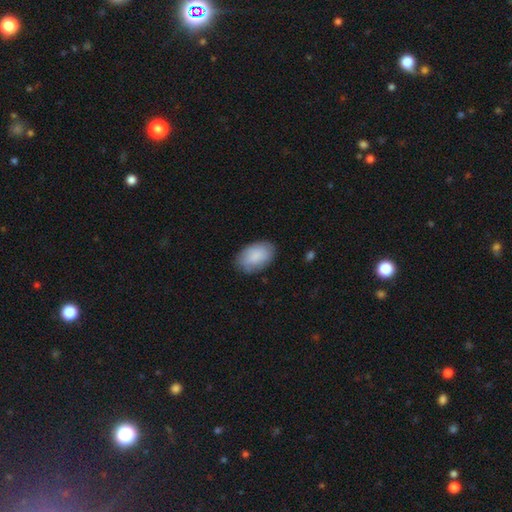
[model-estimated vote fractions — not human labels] The model was most divided on "merging": none: 80%, minor disturbance: 15%, major disturbance: 3%, merger: 1%. More confident: how rounded — in between (91%); smooth or featured — smooth (86%).